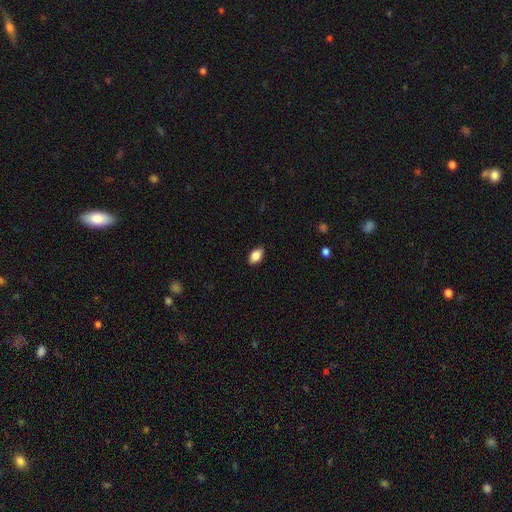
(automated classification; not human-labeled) Smooth or featured? smooth (85%)
How rounded? in between (89%)
Merging? none (86%)